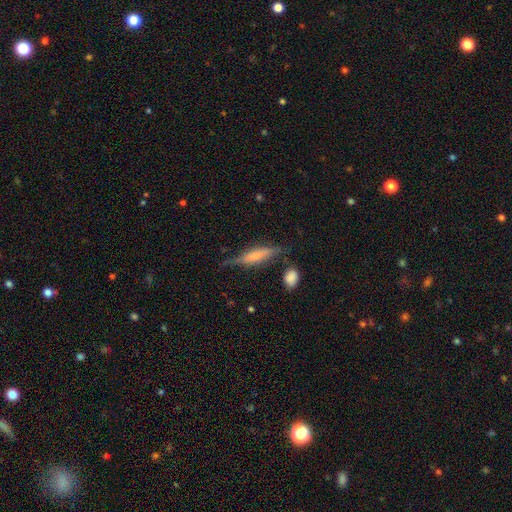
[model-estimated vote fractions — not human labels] Smooth or featured: featured or disk — 54% (smooth — 39%)
Edge-on disk: yes — 93% (no — 7%)
Merging: none — 67% (minor disturbance — 21%)